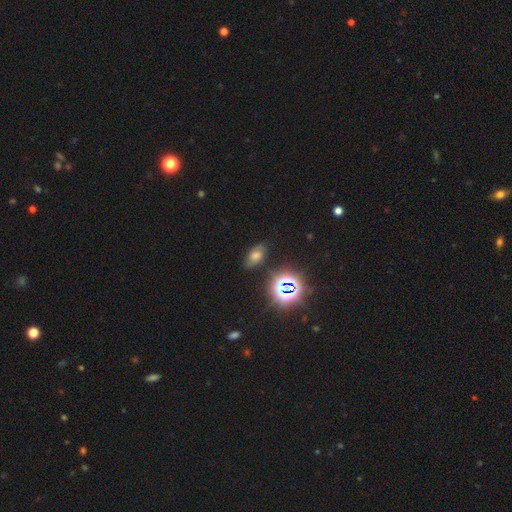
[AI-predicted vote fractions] This appears to be a smooth galaxy with no disk features (43%). Merging: none (80%).